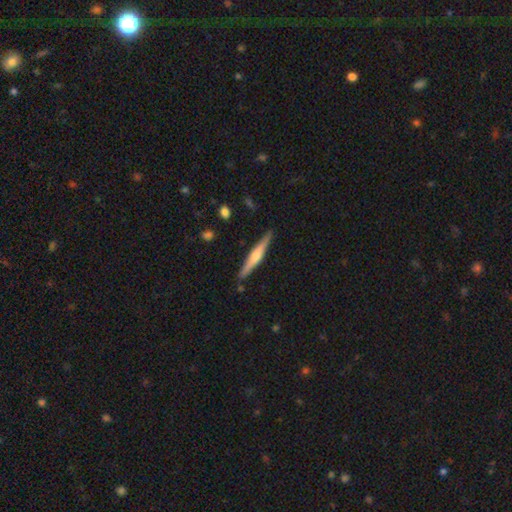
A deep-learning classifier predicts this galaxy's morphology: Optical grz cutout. It shows a featured or disk galaxy (60%) viewed edge-on (97%) with a rounded central bulge (79%). Merging: none (88%).